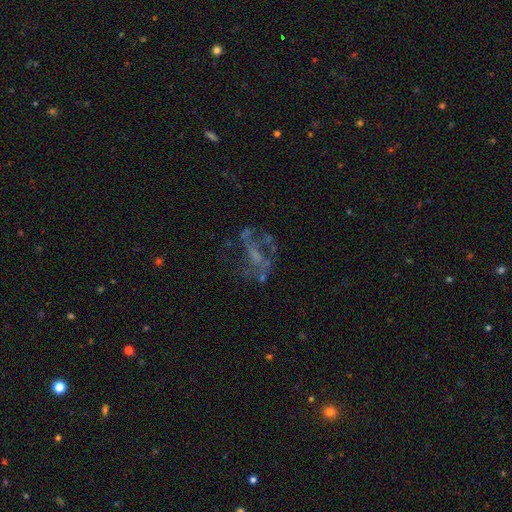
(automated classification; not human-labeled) Smooth or featured: featured or disk — 62% (star or artifact — 22%)
Edge-on disk: no — 96% (yes — 4%)
Bar: no — 62% (weak — 27%)
Spiral arms: no — 63% (yes — 37%)
Bulge size: none — 59% (small — 24%)
Merging: none — 45% (major disturbance — 33%)